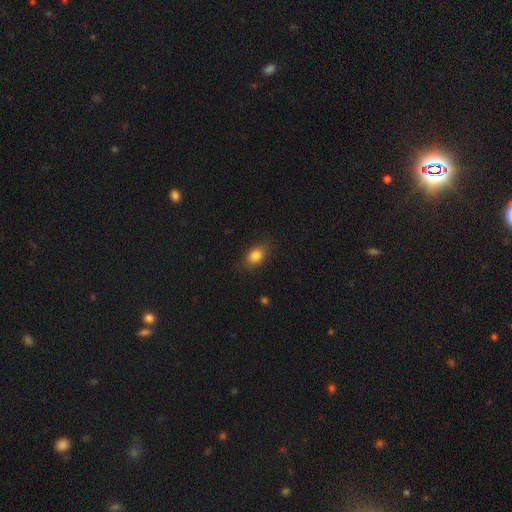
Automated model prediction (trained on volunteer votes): A smooth galaxy with no disk features (83%) that is in between round and cigar-shaped (77%).

Vote fractions:
- Smooth or featured? smooth: 83% / star or artifact: 9% / featured or disk: 7%
- How rounded? in between: 77% / round: 21% / cigar-shaped: 2%
- Merging? none: 83% / minor disturbance: 13% / major disturbance: 3% / merger: 1%